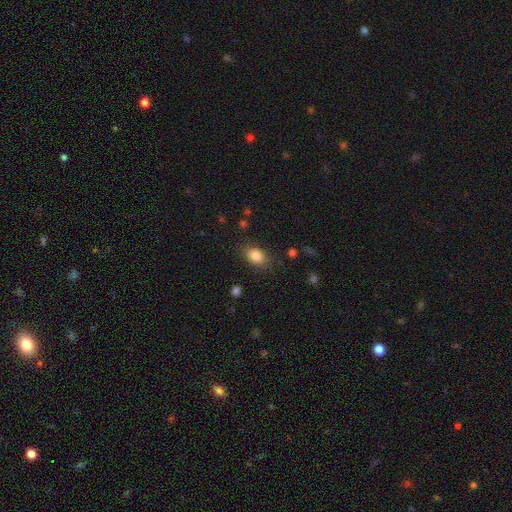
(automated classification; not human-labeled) This is clearly a smooth galaxy (85%). How rounded: clearly in between (82%). Merging: clearly none (82%).